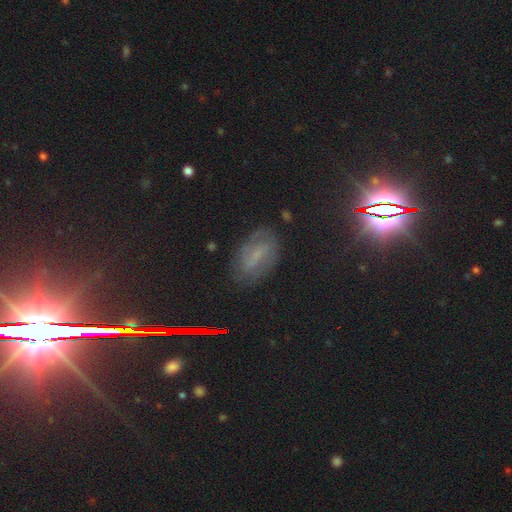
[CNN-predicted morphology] smooth-or-featured: featured or disk: 37% | star or artifact: 32% | smooth: 31%
  merging: none: 73% | minor disturbance: 18% | major disturbance: 7% | merger: 2%